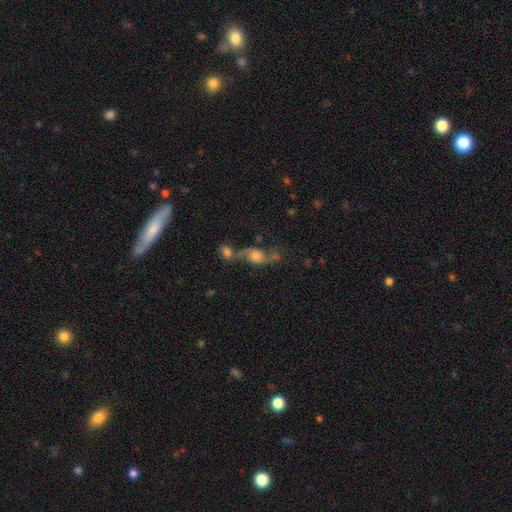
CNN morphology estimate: Smooth or featured? featured or disk (58%)
Edge-on disk? no (88%)
Bar? no (74%)
Spiral arms? yes (84%)
Bulge size? moderate (51%)
Merging? merger (44%)